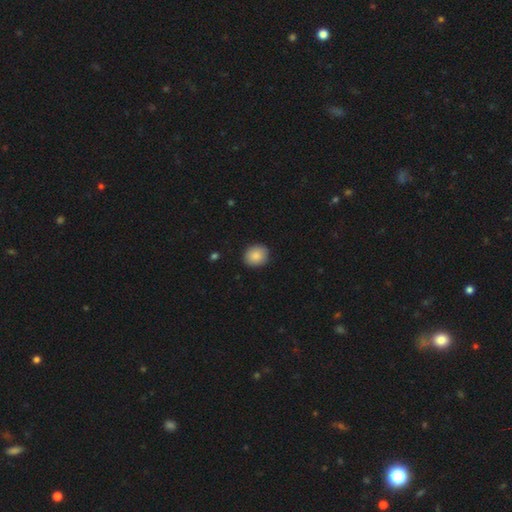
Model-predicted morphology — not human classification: type=smooth (88%); roundness=round (68%); merging=none (89%).